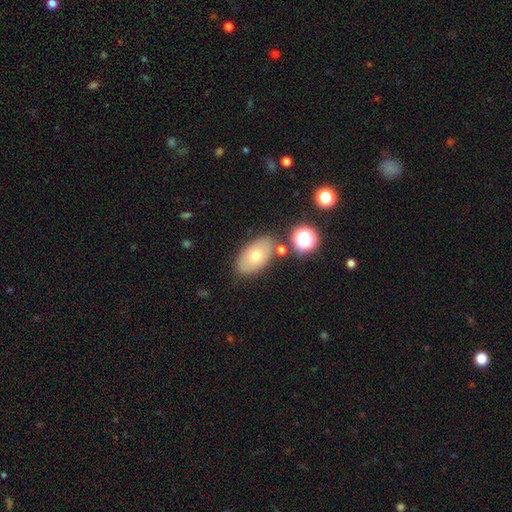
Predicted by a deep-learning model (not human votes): Smooth or featured: smooth — 66% (featured or disk — 24%)
How rounded: in between — 90% (round — 8%)
Merging: none — 76% (minor disturbance — 13%)